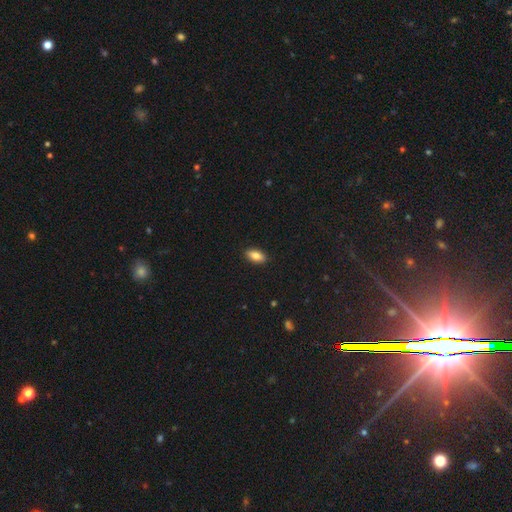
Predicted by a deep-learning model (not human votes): Morphology: type=smooth (83%); roundness=in between (88%); merging=none (90%).